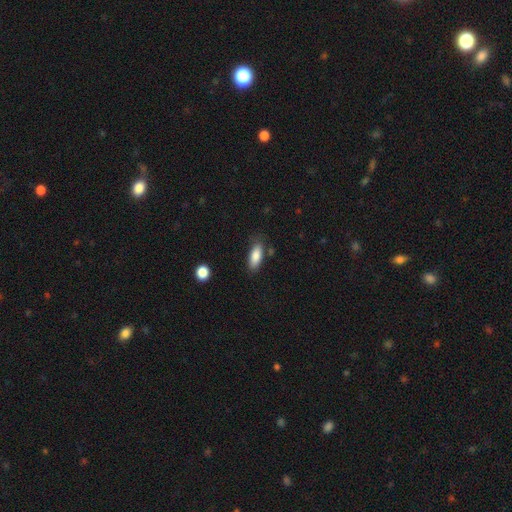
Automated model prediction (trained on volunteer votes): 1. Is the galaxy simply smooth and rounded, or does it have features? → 84% smooth, 9% featured or disk, 7% star or artifact.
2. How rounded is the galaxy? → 76% in between, 21% cigar-shaped, 2% round.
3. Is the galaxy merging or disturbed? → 77% none, 16% minor disturbance, 4% major disturbance, 3% merger.